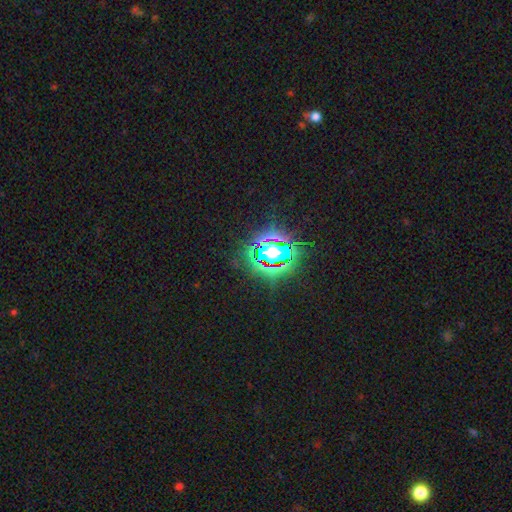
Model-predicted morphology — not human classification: This appears to be a star or artifact, not a galaxy (80%).